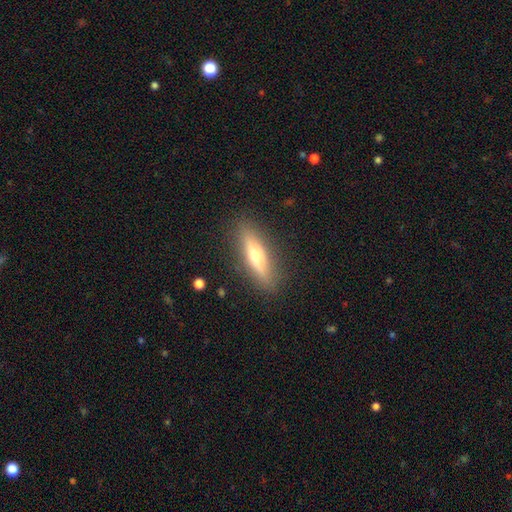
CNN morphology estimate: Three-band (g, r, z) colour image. It shows a smooth galaxy with no disk features (48%). Merging: none (87%).